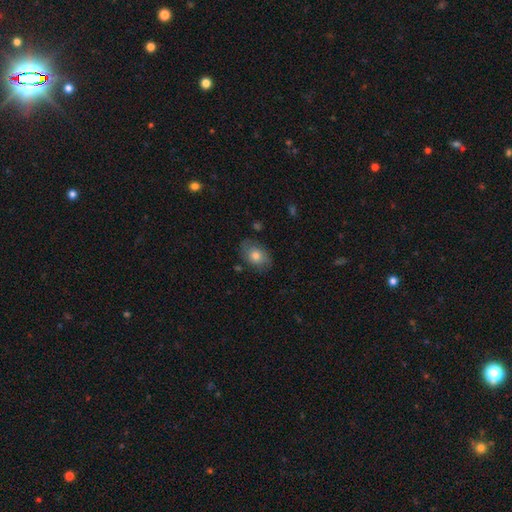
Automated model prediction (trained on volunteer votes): smooth-or-featured: smooth: 72% | featured or disk: 20% | star or artifact: 8%
  how-rounded: in between: 80% | round: 19% | cigar-shaped: 1%
  merging: none: 75% | minor disturbance: 18% | major disturbance: 5% | merger: 2%